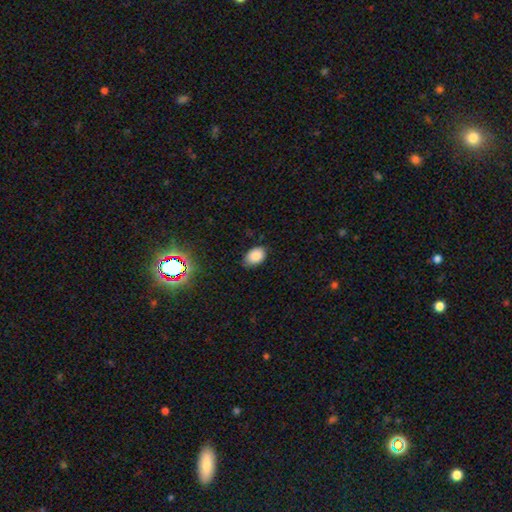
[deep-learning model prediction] Smooth or featured?
  - smooth: 85% *
  - star or artifact: 10%
  - featured or disk: 5%
How rounded?
  - in between: 83% *
  - round: 16%
  - cigar-shaped: 1%
Merging?
  - none: 72% *
  - minor disturbance: 24%
  - major disturbance: 3%
  - merger: 1%